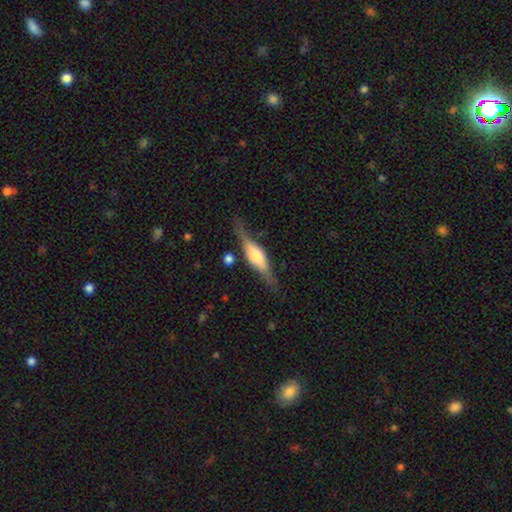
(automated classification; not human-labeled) Smooth or featured? Predicted: featured or disk (p=0.65). Edge-on disk? Predicted: yes (p=0.92). Edge-on bulge? Predicted: rounded (p=0.80). Merging? Predicted: none (p=0.72).